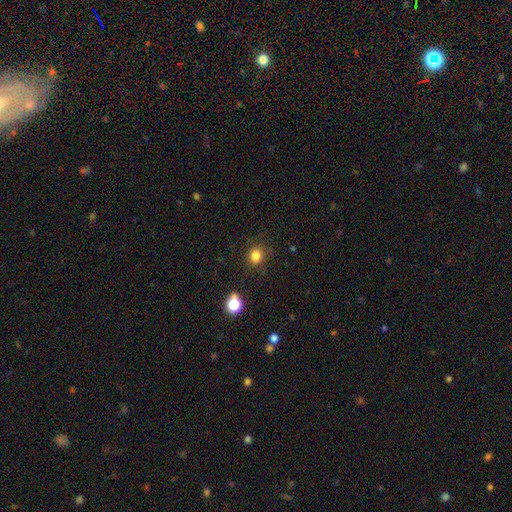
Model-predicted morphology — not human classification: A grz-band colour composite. It shows a smooth galaxy with no disk features (81%) that is round (77%). Merging: none (83%).